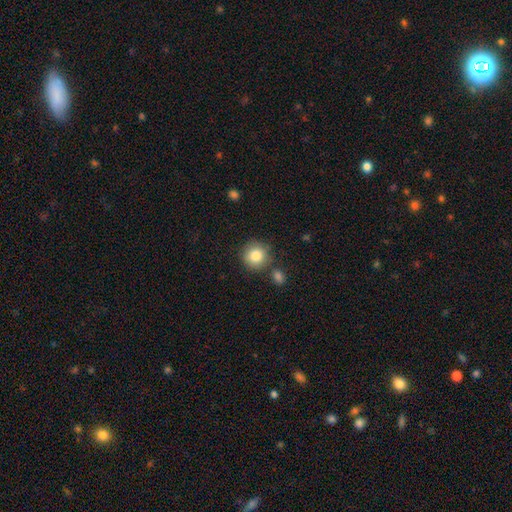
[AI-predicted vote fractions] Smooth or featured? Predicted: smooth (p=0.84). How rounded? Predicted: round (p=0.92). Merging? Predicted: none (p=0.78).